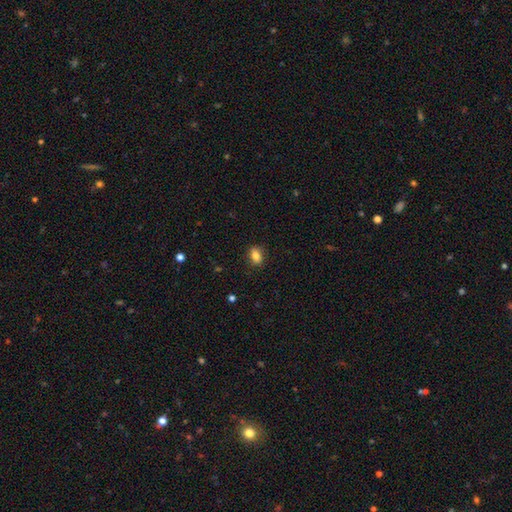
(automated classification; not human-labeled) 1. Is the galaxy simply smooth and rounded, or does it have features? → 81% smooth, 10% featured or disk, 9% star or artifact.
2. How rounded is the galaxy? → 78% in between, 17% round, 4% cigar-shaped.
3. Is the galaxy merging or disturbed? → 85% none, 12% minor disturbance, 3% major disturbance, 1% merger.